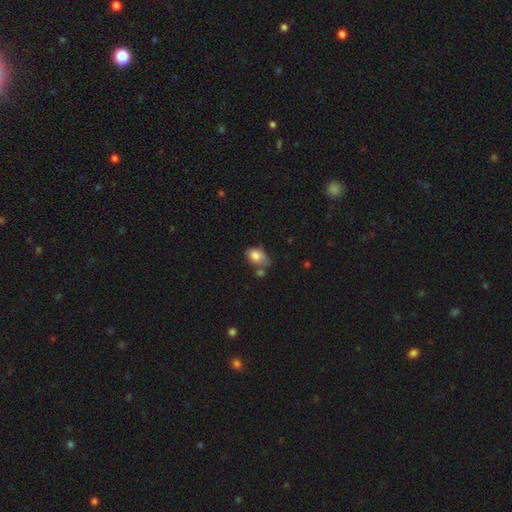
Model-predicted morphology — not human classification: Smooth or featured? smooth (80%)
How rounded? in between (75%)
Merging? none (39%)